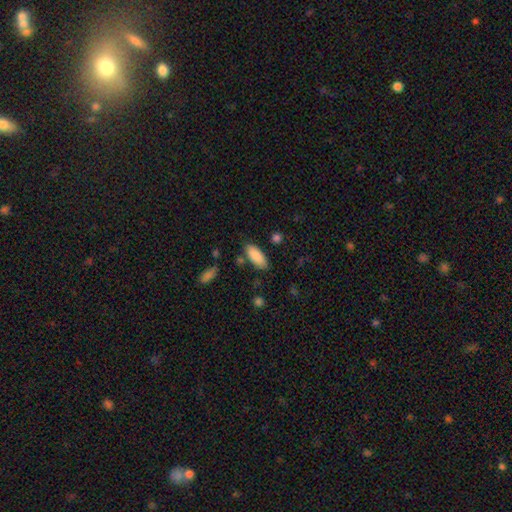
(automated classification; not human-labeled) Smooth or featured: smooth — 87% (star or artifact — 6%)
How rounded: in between — 85% (cigar-shaped — 14%)
Merging: none — 79% (minor disturbance — 13%)